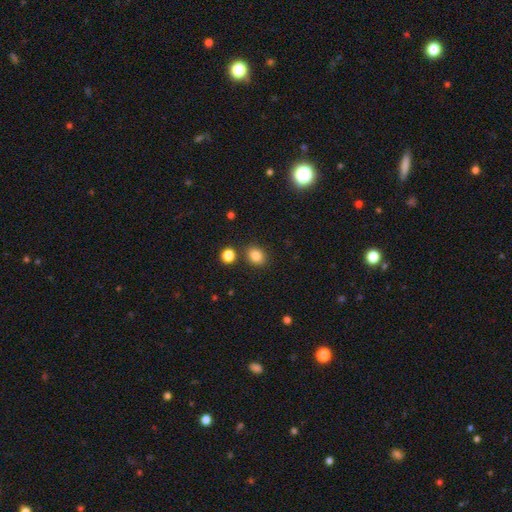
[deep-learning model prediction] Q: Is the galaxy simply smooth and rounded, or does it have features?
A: smooth — 84%.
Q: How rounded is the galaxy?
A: round — 52%.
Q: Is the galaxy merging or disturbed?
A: none — 82%.